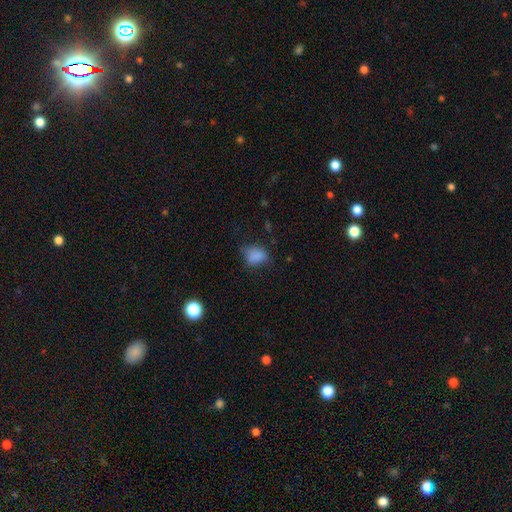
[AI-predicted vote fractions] Smooth or featured: smooth — 80% (star or artifact — 11%)
How rounded: in between — 69% (round — 29%)
Merging: none — 55% (minor disturbance — 31%)